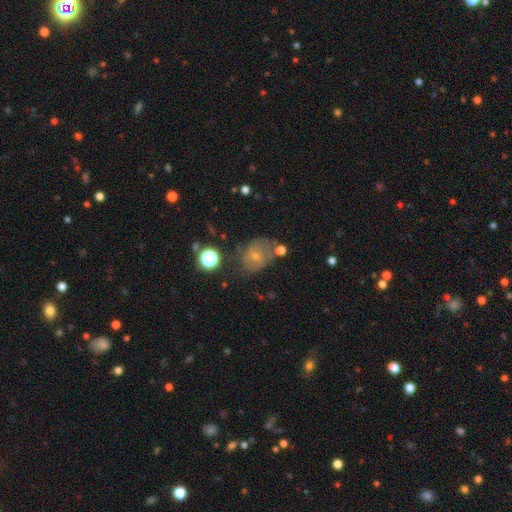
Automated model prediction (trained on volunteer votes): Q: Smooth or featured?
A: smooth (47%); runner-up: featured or disk (35%)
Q: Merging?
A: none (52%); runner-up: minor disturbance (24%)